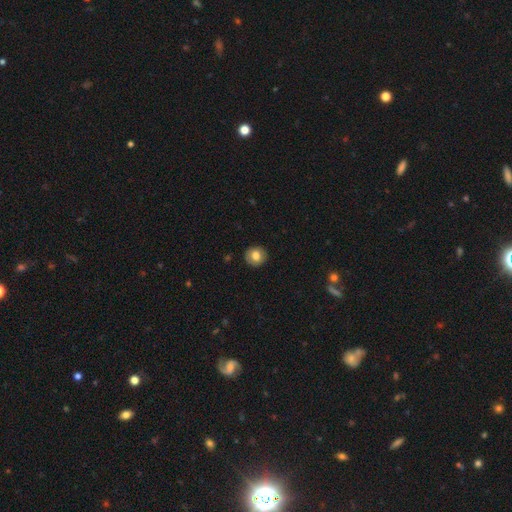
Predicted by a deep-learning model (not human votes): Overall: smooth (78%). How rounded: round (89%). Merging: none (90%).